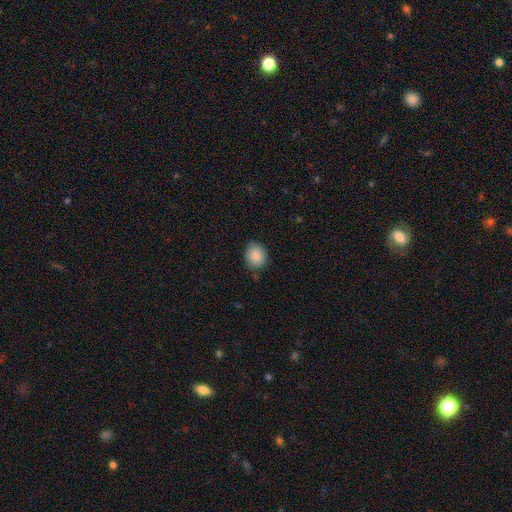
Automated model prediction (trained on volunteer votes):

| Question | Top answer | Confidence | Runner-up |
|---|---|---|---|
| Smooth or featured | smooth | 86% | star or artifact (8%) |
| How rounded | round | 62% | in between (37%) |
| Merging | none | 77% | minor disturbance (19%) |